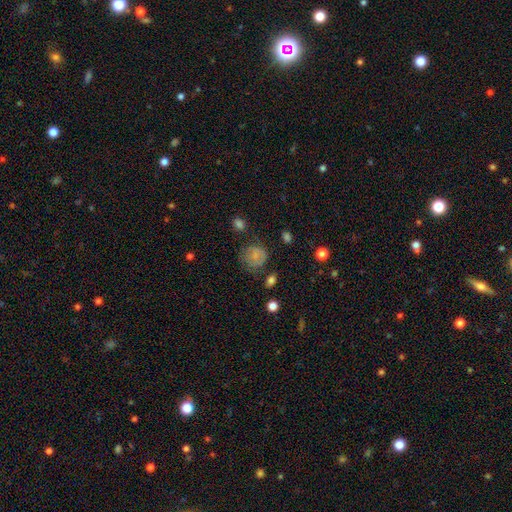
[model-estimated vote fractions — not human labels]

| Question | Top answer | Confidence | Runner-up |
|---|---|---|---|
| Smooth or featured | smooth | 69% | featured or disk (20%) |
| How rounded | round | 80% | in between (20%) |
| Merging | none | 59% | minor disturbance (25%) |